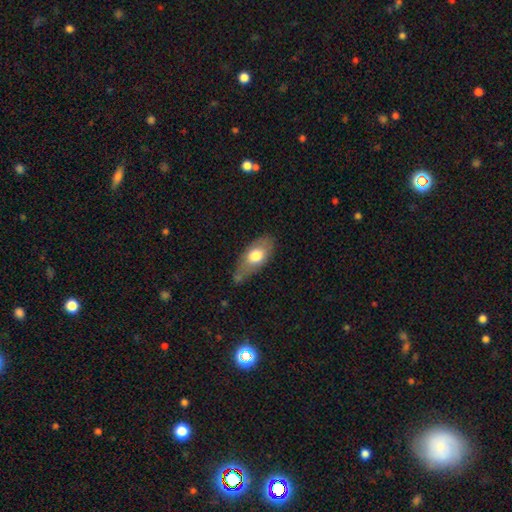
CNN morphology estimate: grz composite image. It shows a smooth galaxy with no disk features (67%) that is in between round and cigar-shaped (83%). Merging: none (58%).